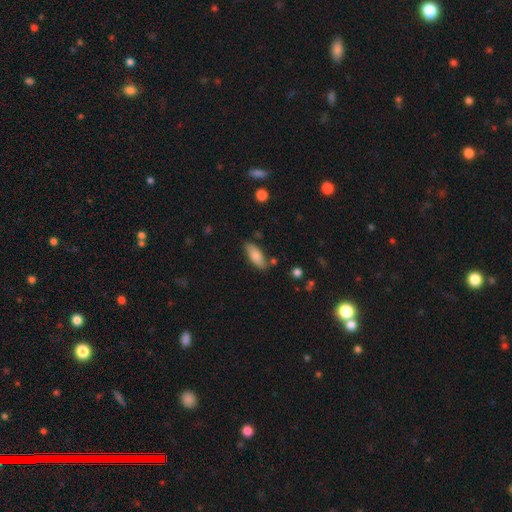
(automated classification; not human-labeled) A smooth galaxy with no disk features (79%) that is in between round and cigar-shaped (75%). Merging: none (78%).